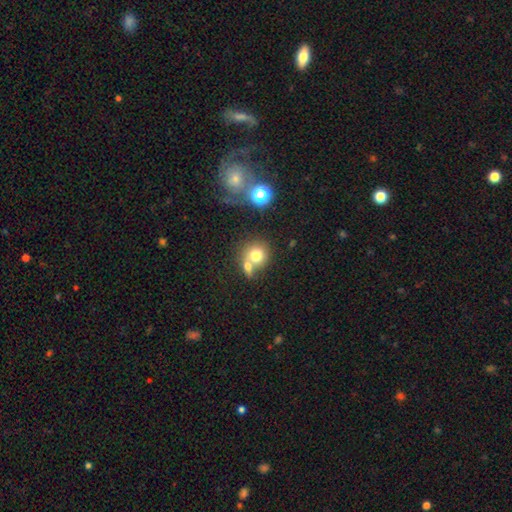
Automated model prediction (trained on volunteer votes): Overall: smooth (74%). How rounded: round (82%). Merging: merger (47%; none 39%).